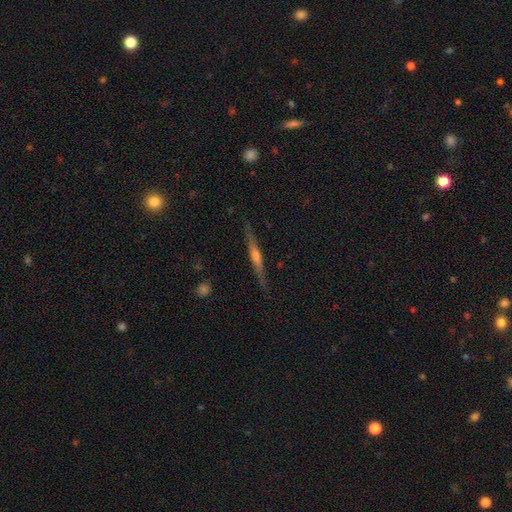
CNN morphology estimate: This is likely a featured or disk galaxy (73%). It is clearly viewed edge-on (97%). Edge-on bulge: likely rounded (71%). Merging: clearly none (88%).